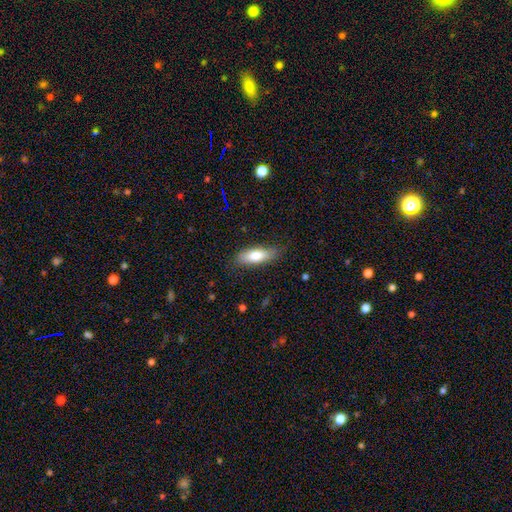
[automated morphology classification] This is likely a smooth galaxy (78%). How rounded: likely in between (63%). Merging: likely none (79%).